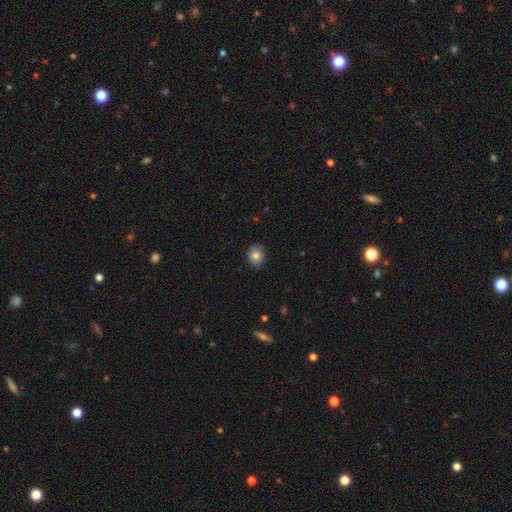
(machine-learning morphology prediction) smooth-or-featured: smooth: 83% | star or artifact: 10% | featured or disk: 8%
  how-rounded: round: 69% | in between: 30% | cigar-shaped: 1%
  merging: none: 88% | minor disturbance: 10% | major disturbance: 2% | merger: 1%